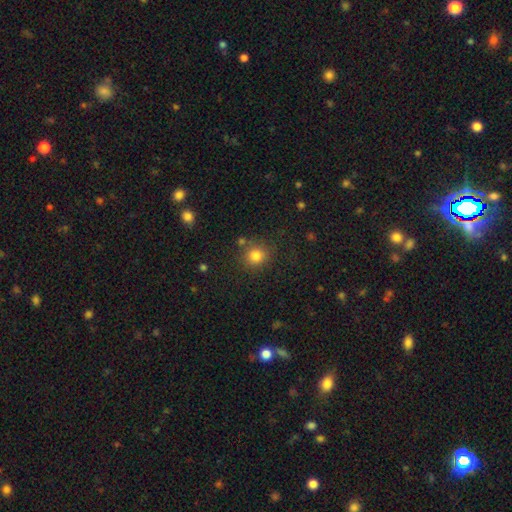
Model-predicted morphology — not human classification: smooth 81%, star or artifact 13%, featured or disk 6%. Down the decision tree: how rounded — round (86%); merging — none (79%).